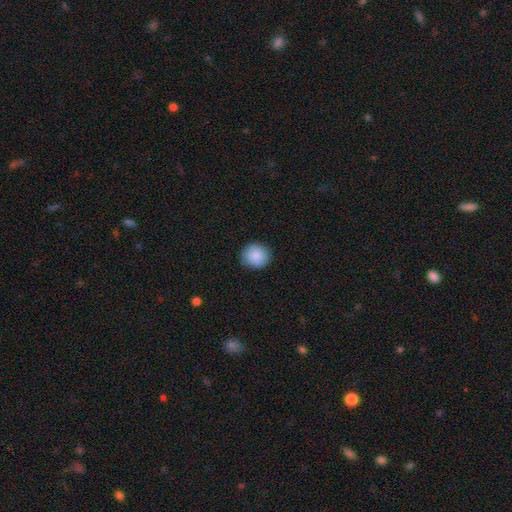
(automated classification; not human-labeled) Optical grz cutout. It shows a smooth galaxy with no disk features (87%) that is round (87%). Merging: none (88%).